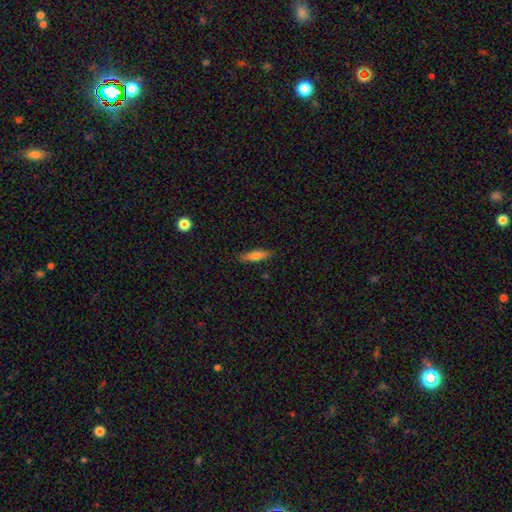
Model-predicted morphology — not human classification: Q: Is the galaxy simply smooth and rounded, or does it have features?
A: smooth — 68%.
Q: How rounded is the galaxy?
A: cigar-shaped — 73%.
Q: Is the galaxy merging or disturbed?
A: none — 86%.